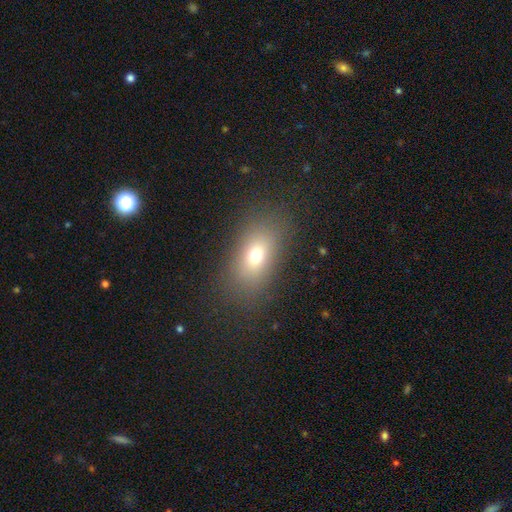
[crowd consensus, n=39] Smooth or featured? smooth (72%)
How rounded? in between (86%)
Merging? none (83%)